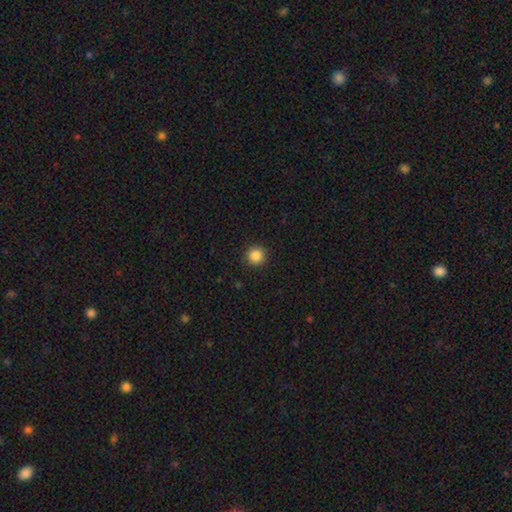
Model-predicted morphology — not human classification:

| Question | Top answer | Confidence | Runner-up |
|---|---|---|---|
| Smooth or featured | smooth | 86% | star or artifact (11%) |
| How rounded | round | 95% | in between (4%) |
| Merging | none | 92% | minor disturbance (5%) |